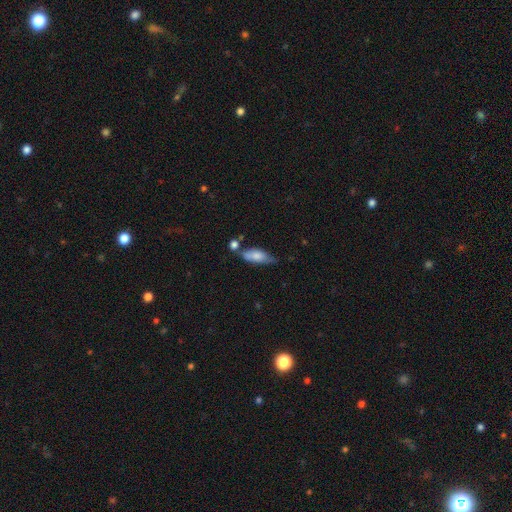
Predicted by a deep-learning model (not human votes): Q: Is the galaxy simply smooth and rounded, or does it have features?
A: smooth — 71%.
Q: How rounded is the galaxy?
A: in between — 71%.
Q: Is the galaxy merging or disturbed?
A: none — 47%.